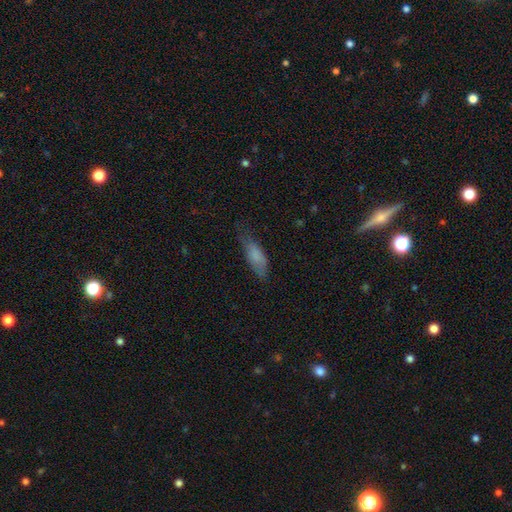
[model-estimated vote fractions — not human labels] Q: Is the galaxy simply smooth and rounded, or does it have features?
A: smooth — 75%.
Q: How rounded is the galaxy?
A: in between — 63%.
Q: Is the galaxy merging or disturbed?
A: none — 51%.